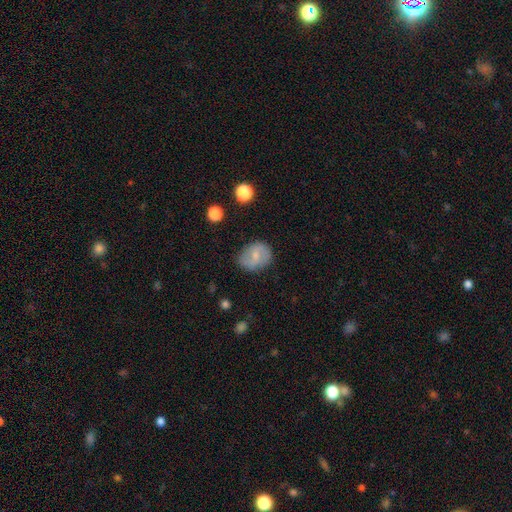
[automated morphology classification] This is possibly a smooth galaxy (52%). How rounded: possibly in between (53%). Merging: likely none (77%).